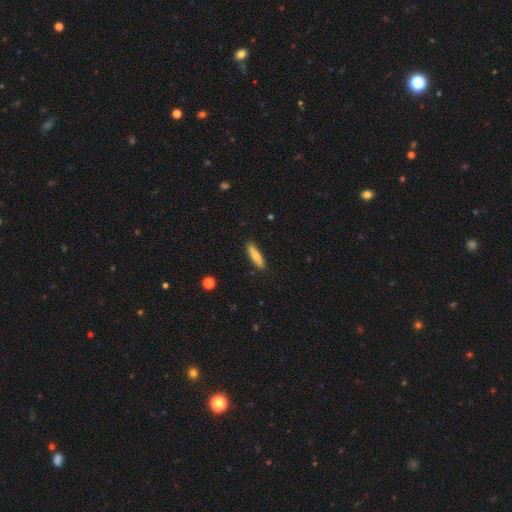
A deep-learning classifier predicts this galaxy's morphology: This appears to be a smooth galaxy with no disk features (74%) that is cigar-shaped (78%). Merging: none (88%).